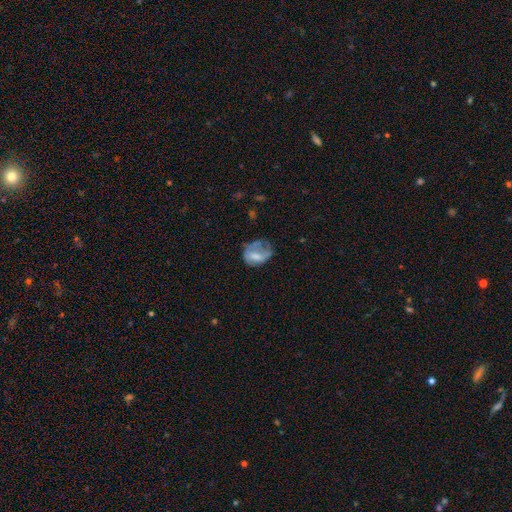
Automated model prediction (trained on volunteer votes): Overall: smooth (54%; featured or disk 37%). How rounded: in between (57%; round 42%). Merging: major disturbance (34%; none 33%).